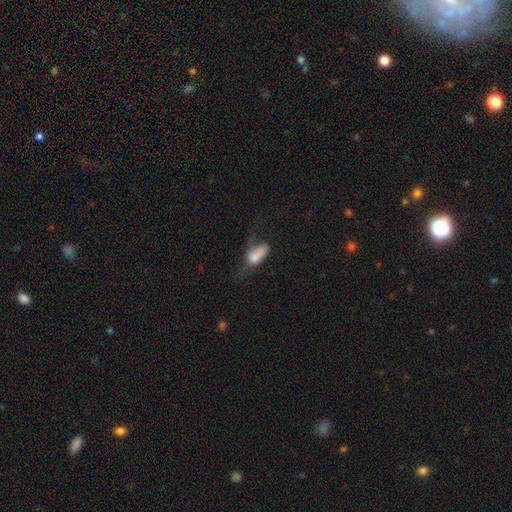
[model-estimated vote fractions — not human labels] Q: Smooth or featured?
A: smooth (66%); runner-up: featured or disk (23%)
Q: How rounded?
A: in between (79%); runner-up: cigar-shaped (15%)
Q: Merging?
A: major disturbance (50%); runner-up: minor disturbance (24%)